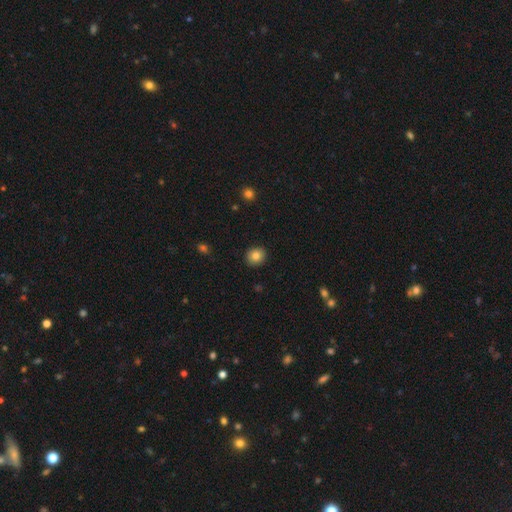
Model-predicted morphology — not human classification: Q: Smooth or featured?
A: smooth (83%); runner-up: star or artifact (10%)
Q: How rounded?
A: round (79%); runner-up: in between (20%)
Q: Merging?
A: none (91%); runner-up: minor disturbance (6%)